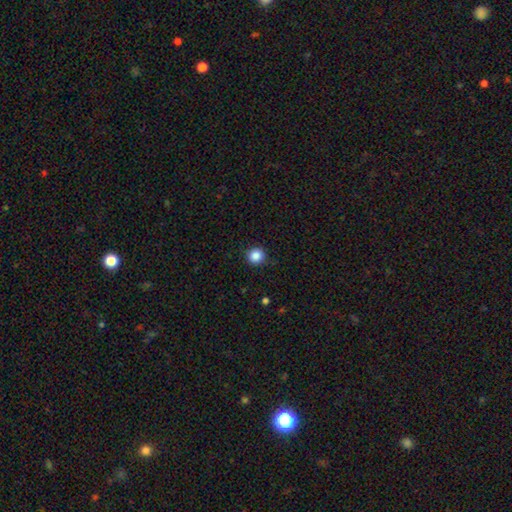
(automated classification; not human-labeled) This appears to be a smooth galaxy with no disk features (86%) that is round (93%). Merging: none (91%).